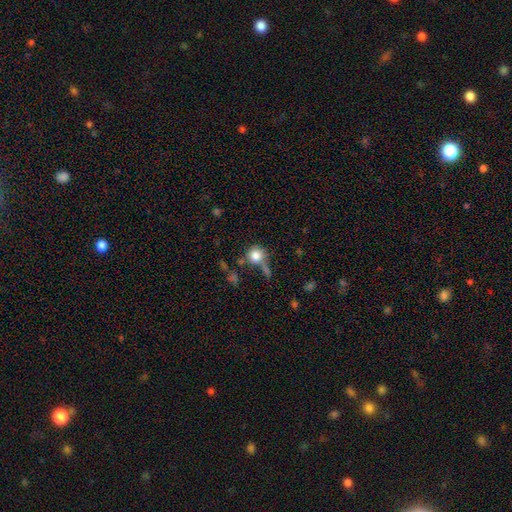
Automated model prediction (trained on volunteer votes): smooth_or_featured: smooth (p=0.81) [alt: star or artifact p=0.10]
how_rounded: round (p=0.90) [alt: in between p=0.09]
merging: none (p=0.55) [alt: merger p=0.18]